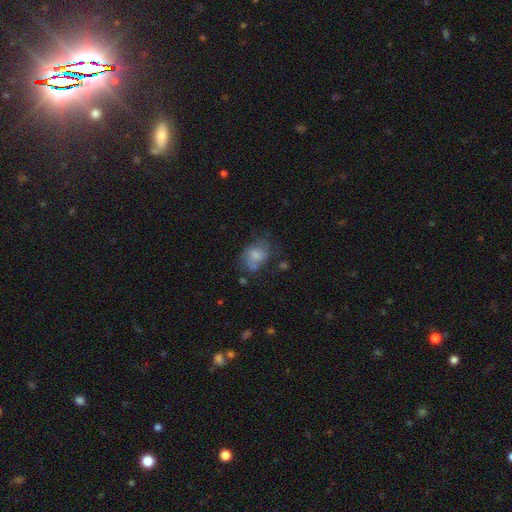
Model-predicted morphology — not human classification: type=smooth (60%); roundness=in between (64%); merging=none (45%).